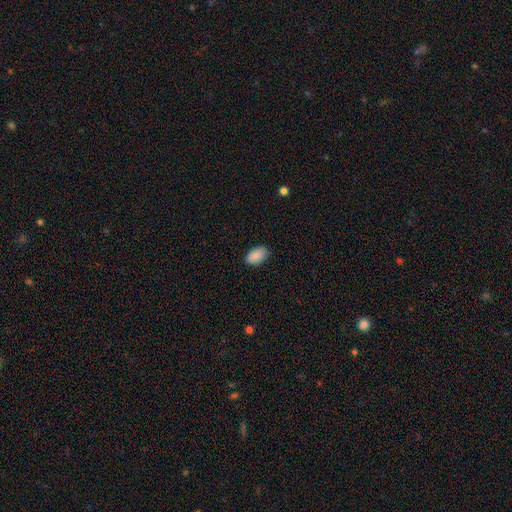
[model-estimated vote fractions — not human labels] Smooth or featured?
  - smooth: 88% *
  - star or artifact: 7%
  - featured or disk: 5%
How rounded?
  - in between: 92% *
  - round: 6%
  - cigar-shaped: 1%
Merging?
  - none: 84% *
  - minor disturbance: 12%
  - major disturbance: 2%
  - merger: 1%